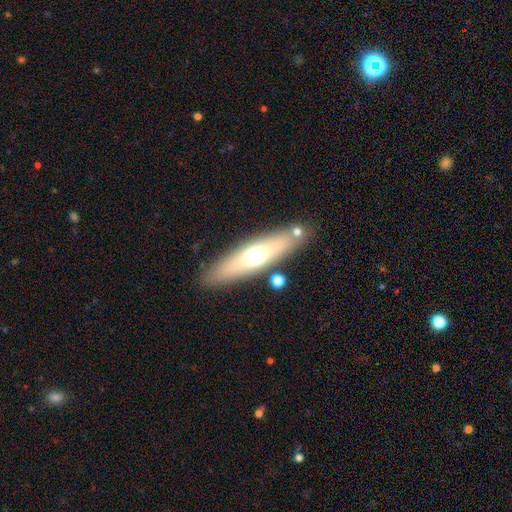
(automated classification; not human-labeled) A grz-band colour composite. It shows a smooth galaxy with no disk features (54%) that is cigar-shaped (68%). Merging: none (83%).